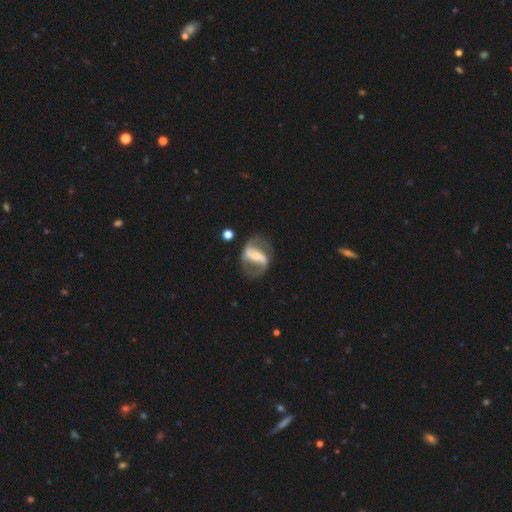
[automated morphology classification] Smooth or featured? Predicted: featured or disk (p=0.82). Edge-on disk? Predicted: no (p=0.95). Bar? Predicted: strong (p=0.60). Spiral arms? Predicted: yes (p=0.85). Spiral winding? Predicted: medium (p=0.42, tied with loose). Spiral arm count? Predicted: 2 (p=0.87). Bulge size? Predicted: small (p=0.50). Merging? Predicted: none (p=0.65).